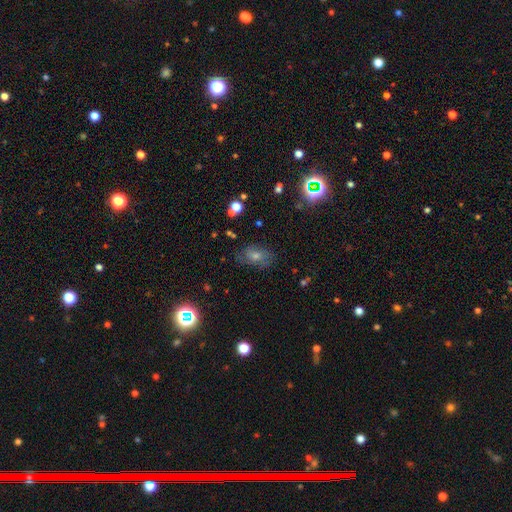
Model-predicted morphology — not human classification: Smooth or featured: smooth — 54% (featured or disk — 32%)
How rounded: in between — 80% (round — 18%)
Merging: none — 68% (minor disturbance — 21%)